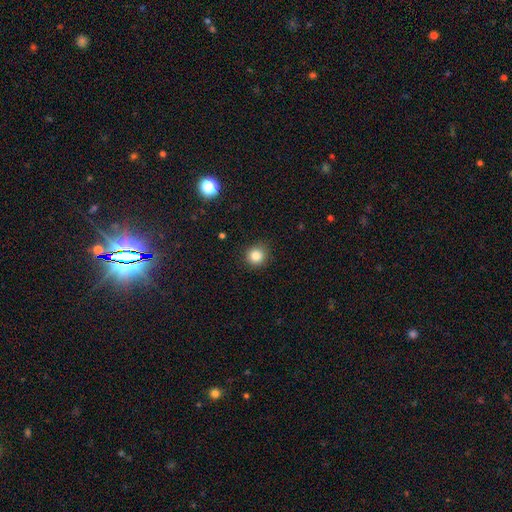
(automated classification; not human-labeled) This is clearly a smooth galaxy (84%). How rounded: clearly round (92%). Merging: clearly none (89%).